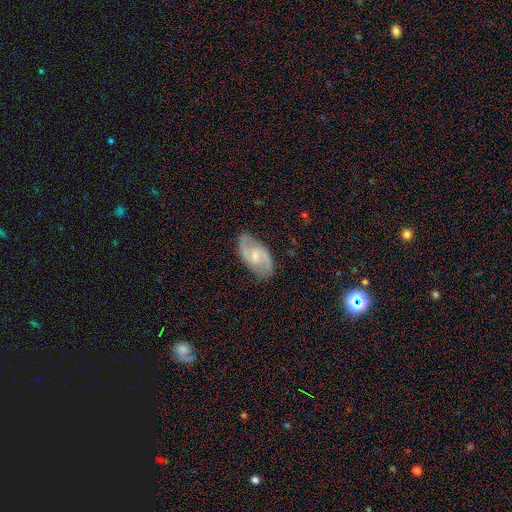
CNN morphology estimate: smooth-or-featured: featured or disk: 79% | smooth: 15% | star or artifact: 5%
  disk-edge-on: no: 96% | yes: 4%
    bar: no: 47% | weak: 45% | strong: 8%
    has-spiral-arms: yes: 94% | no: 6%
      spiral-winding: medium: 53% | tight: 26% | loose: 21%
      spiral-arm-count: 2: 88% | can't tell: 7% | 3: 2% | 1: 2% | 4: 1% | more than 4: 1%
    bulge-size: small: 56% | moderate: 36% | none: 5% | large: 2% | dominant: 1%
  merging: none: 79% | minor disturbance: 16% | major disturbance: 4% | merger: 1%